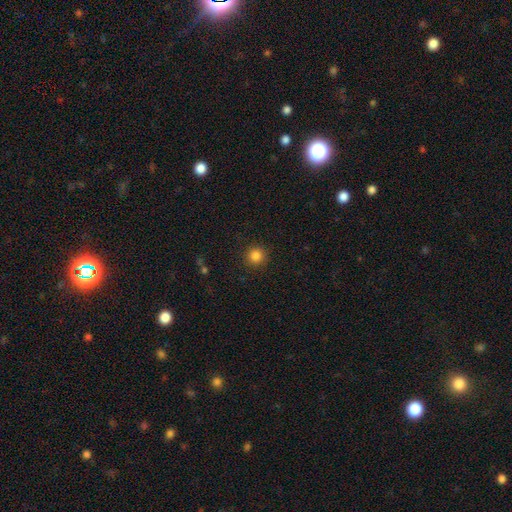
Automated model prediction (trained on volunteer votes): smooth 84%, star or artifact 12%, featured or disk 4%. Down the decision tree: how rounded — round (94%); merging — none (91%).